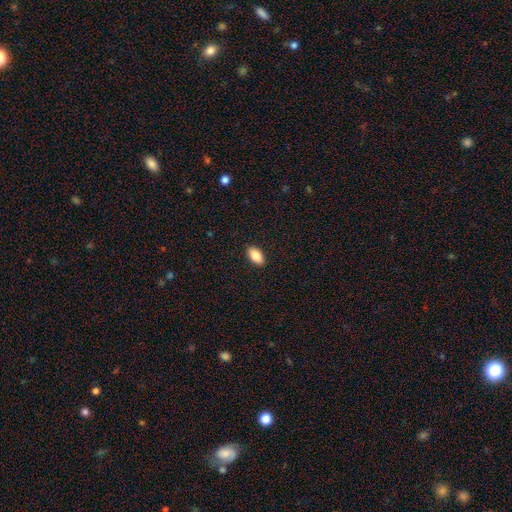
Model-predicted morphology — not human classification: Smooth or featured? Predicted: smooth (p=0.87). How rounded? Predicted: in between (p=0.93). Merging? Predicted: none (p=0.90).